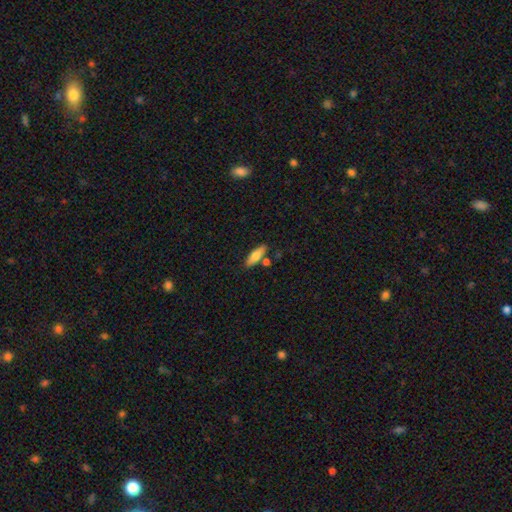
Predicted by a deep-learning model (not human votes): The model was most divided on "how rounded": in between: 52%, cigar-shaped: 45%, round: 3%. More confident: merging — none (74%); smooth or featured — smooth (70%).